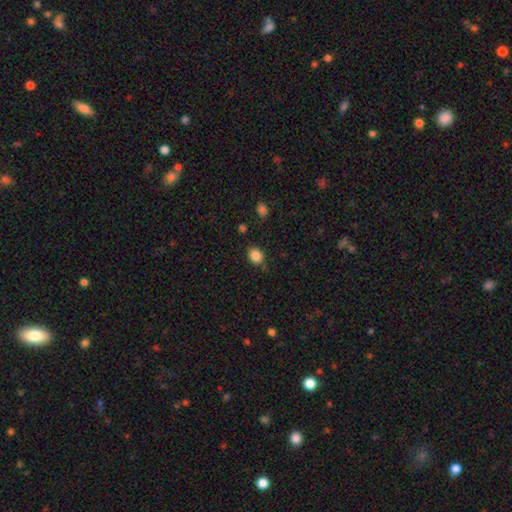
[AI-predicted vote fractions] Overall: smooth (86%). How rounded: in between (59%; round 40%). Merging: none (81%).